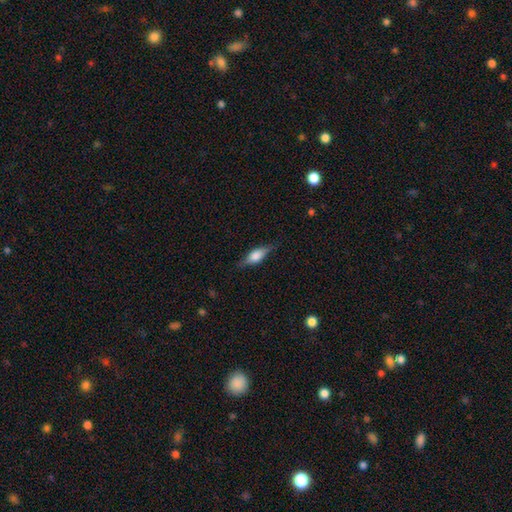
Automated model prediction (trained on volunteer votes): This is possibly a smooth galaxy (49%). Merging: likely none (79%).